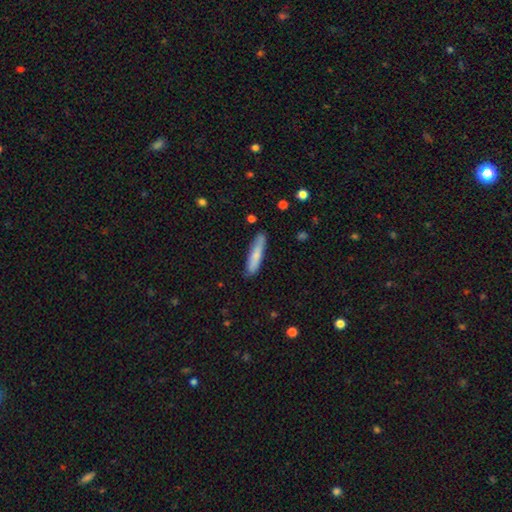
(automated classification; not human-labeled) smooth_or_featured: smooth (p=0.76) [alt: featured or disk p=0.19]
how_rounded: cigar-shaped (p=0.86) [alt: in between p=0.12]
merging: none (p=0.83) [alt: minor disturbance p=0.13]